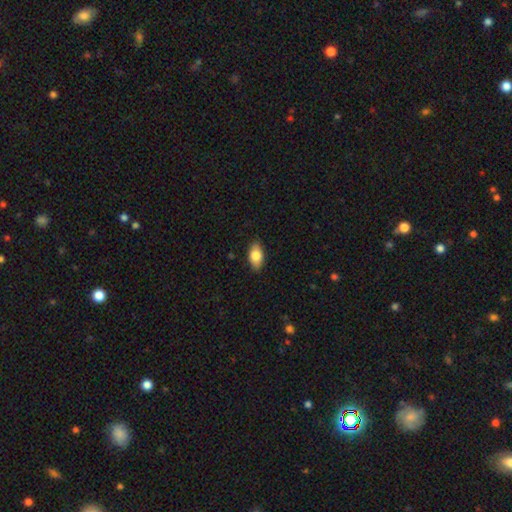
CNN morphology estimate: Q: Smooth or featured?
A: smooth (81%); runner-up: featured or disk (12%)
Q: How rounded?
A: in between (91%); runner-up: cigar-shaped (5%)
Q: Merging?
A: none (87%); runner-up: minor disturbance (10%)